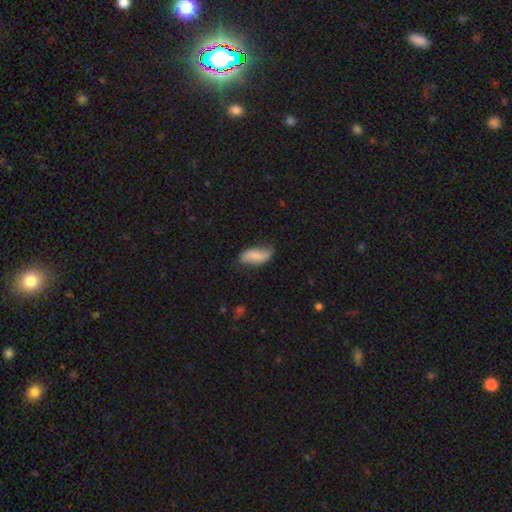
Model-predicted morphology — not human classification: Smooth or featured: smooth — 72% (featured or disk — 21%)
How rounded: in between — 87% (cigar-shaped — 10%)
Merging: none — 61% (minor disturbance — 30%)